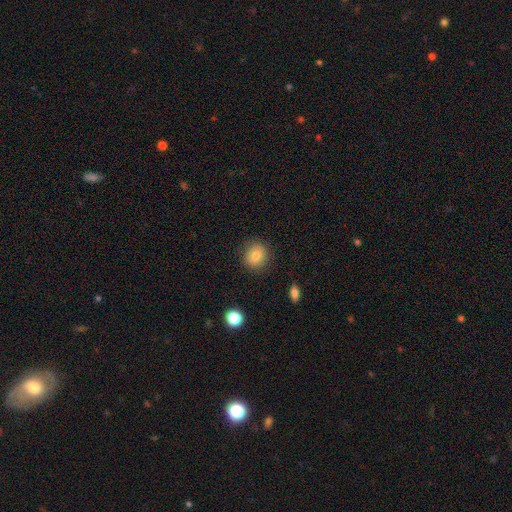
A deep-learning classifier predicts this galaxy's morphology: smooth-or-featured: smooth: 80% | featured or disk: 11% | star or artifact: 10%
  how-rounded: round: 84% | in between: 15% | cigar-shaped: 1%
  merging: none: 87% | minor disturbance: 9% | major disturbance: 3% | merger: 1%